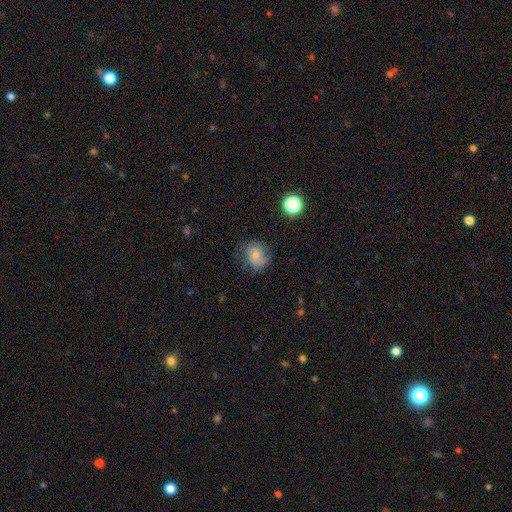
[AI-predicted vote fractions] Smooth or featured?
  - smooth: 52% *
  - featured or disk: 38%
  - star or artifact: 11%
How rounded?
  - round: 67% *
  - in between: 32%
  - cigar-shaped: 1%
Merging?
  - none: 64% *
  - minor disturbance: 24%
  - major disturbance: 10%
  - merger: 2%